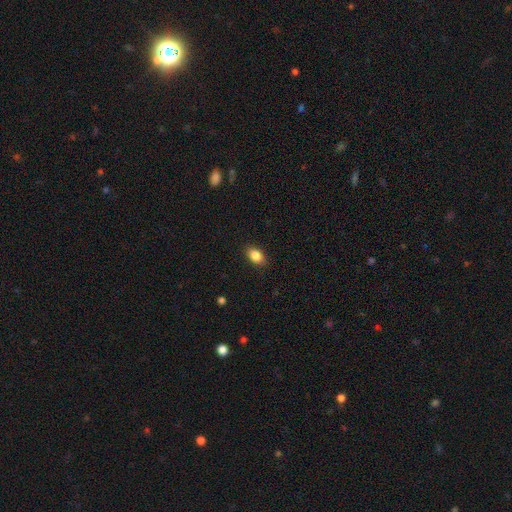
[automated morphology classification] This is clearly a smooth galaxy (87%). How rounded: clearly in between (86%). Merging: clearly none (87%).